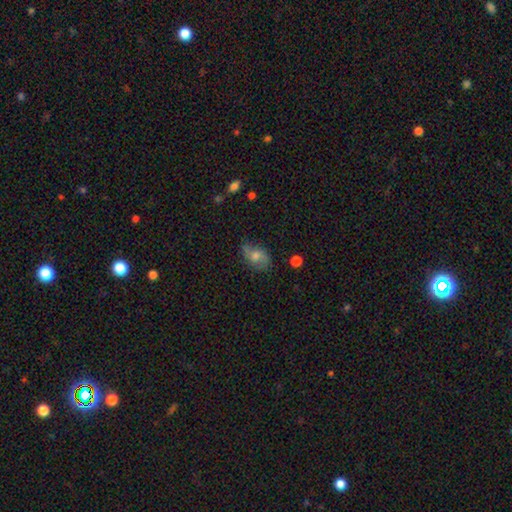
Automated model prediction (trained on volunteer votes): A smooth galaxy with no disk features (48%). Merging: none (65%).